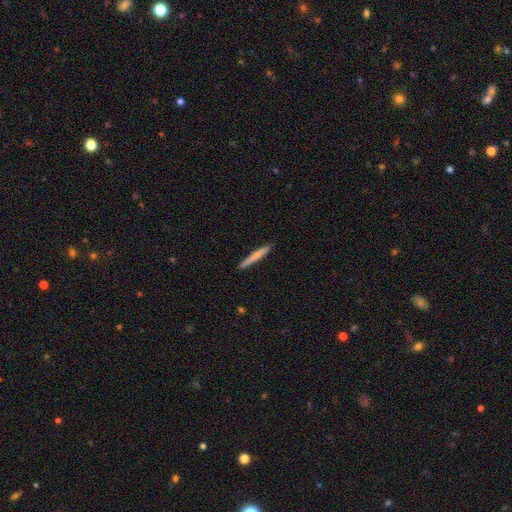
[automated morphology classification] smooth 67%, featured or disk 28%, star or artifact 5%. Down the decision tree: how rounded — cigar-shaped (96%); merging — none (90%).